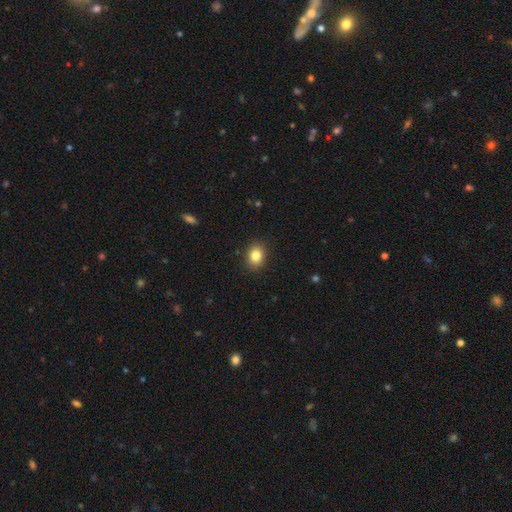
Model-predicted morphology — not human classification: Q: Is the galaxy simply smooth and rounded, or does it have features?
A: smooth — 84%.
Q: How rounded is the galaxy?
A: in between — 51%.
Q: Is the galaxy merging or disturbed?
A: none — 88%.